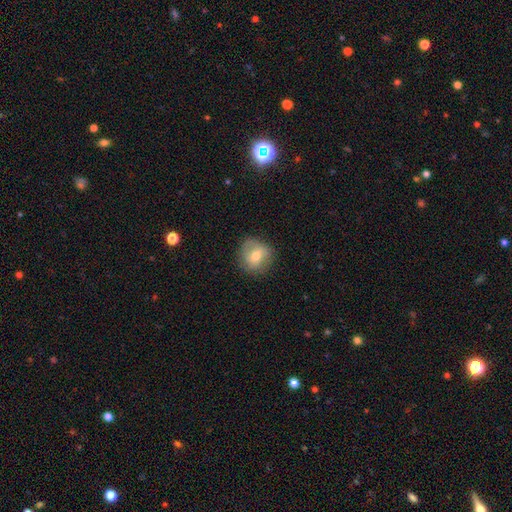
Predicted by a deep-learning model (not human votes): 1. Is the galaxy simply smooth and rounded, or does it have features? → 60% smooth, 32% featured or disk, 8% star or artifact.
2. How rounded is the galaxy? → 85% round, 14% in between, 1% cigar-shaped.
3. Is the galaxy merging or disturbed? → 77% none, 16% minor disturbance, 5% major disturbance, 1% merger.